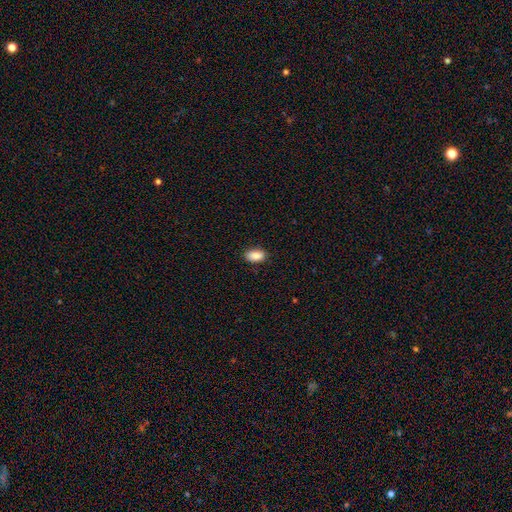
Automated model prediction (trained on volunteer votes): This is clearly a smooth galaxy (88%). How rounded: clearly in between (92%). Merging: clearly none (87%).